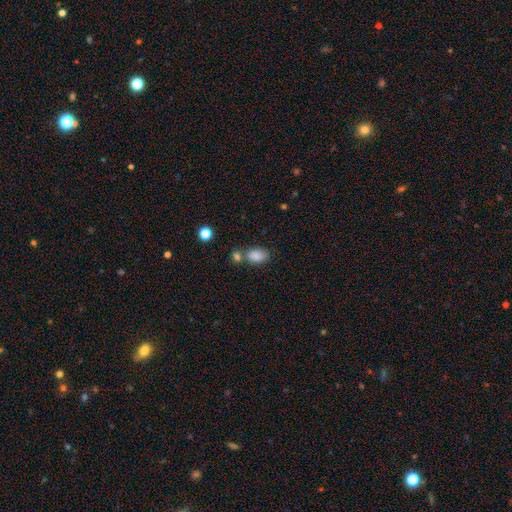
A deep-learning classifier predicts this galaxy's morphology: Smooth or featured? Predicted: smooth (p=0.85). How rounded? Predicted: in between (p=0.89). Merging? Predicted: none (p=0.51).